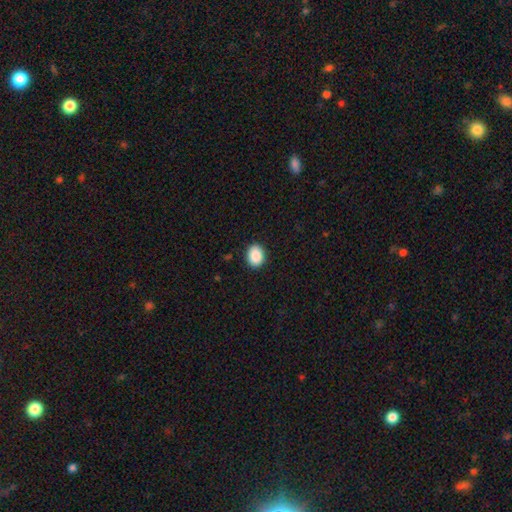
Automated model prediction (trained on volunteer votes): Q: Smooth or featured?
A: smooth (89%); runner-up: star or artifact (8%)
Q: How rounded?
A: in between (57%); runner-up: round (42%)
Q: Merging?
A: none (90%); runner-up: minor disturbance (7%)